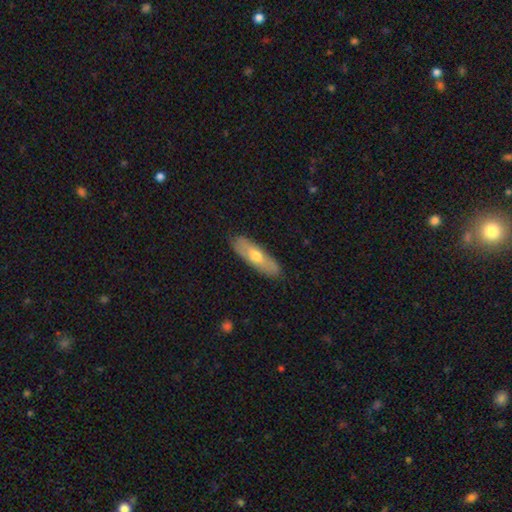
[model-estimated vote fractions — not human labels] Smooth or featured? Predicted: smooth (p=0.54). How rounded? Predicted: in between (p=0.49). Merging? Predicted: none (p=0.87).